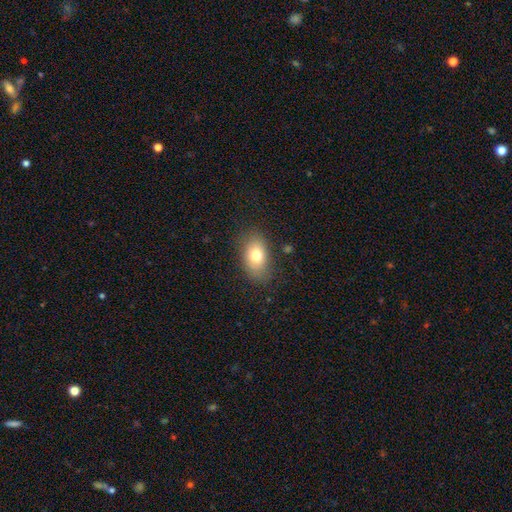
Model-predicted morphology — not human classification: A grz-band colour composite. It shows a smooth galaxy with no disk features (75%) that is in between round and cigar-shaped (86%). Merging: none (81%).